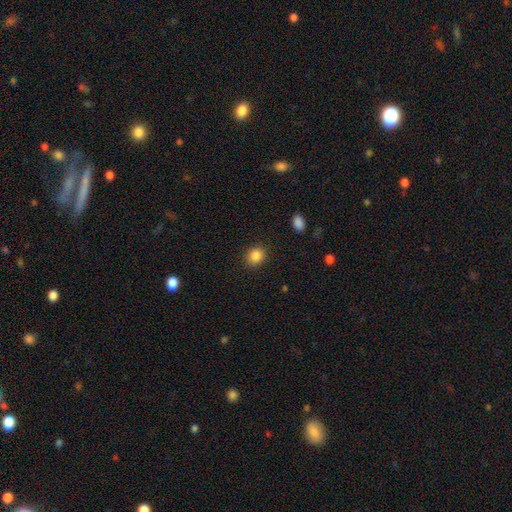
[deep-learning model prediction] This is clearly a smooth galaxy (86%). How rounded: likely round (72%). Merging: clearly none (89%).